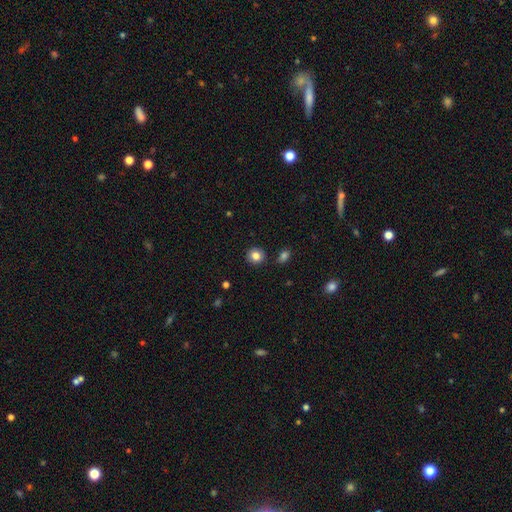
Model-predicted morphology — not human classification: type=smooth (83%); roundness=round (89%); merging=none (89%).